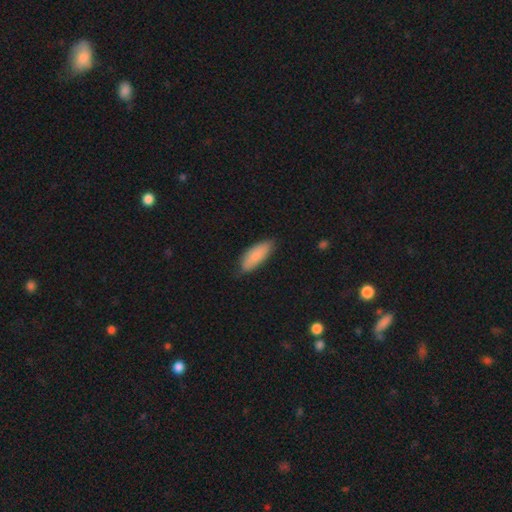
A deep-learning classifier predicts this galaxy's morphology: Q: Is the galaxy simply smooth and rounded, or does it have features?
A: smooth — 85%.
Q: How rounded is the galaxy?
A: in between — 72%.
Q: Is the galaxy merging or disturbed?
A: none — 77%.